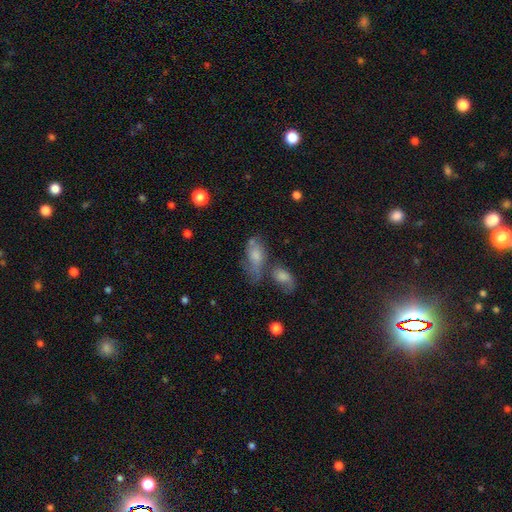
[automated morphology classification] type=smooth (59%); roundness=in between (85%); merging=none (33%).